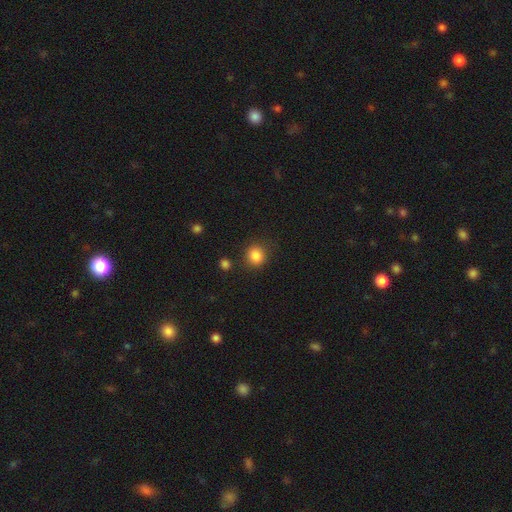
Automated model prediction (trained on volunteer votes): Smooth or featured?
  - smooth: 85% *
  - star or artifact: 11%
  - featured or disk: 4%
How rounded?
  - round: 82% *
  - in between: 17%
  - cigar-shaped: 1%
Merging?
  - none: 84% *
  - minor disturbance: 10%
  - major disturbance: 3%
  - merger: 3%